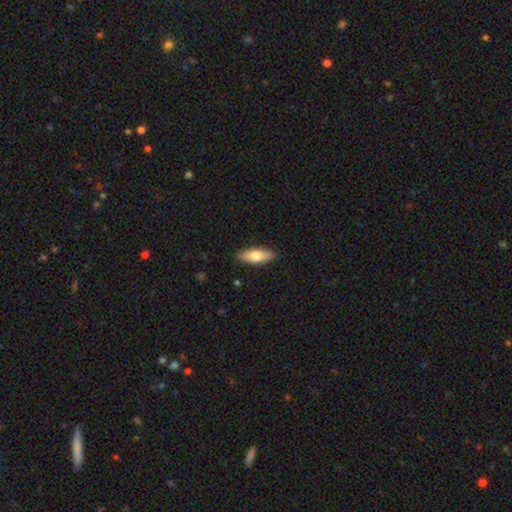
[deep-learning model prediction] smooth_or_featured: smooth (p=0.68) [alt: featured or disk p=0.26]
how_rounded: in between (p=0.64) [alt: cigar-shaped p=0.34]
merging: none (p=0.88) [alt: minor disturbance p=0.09]